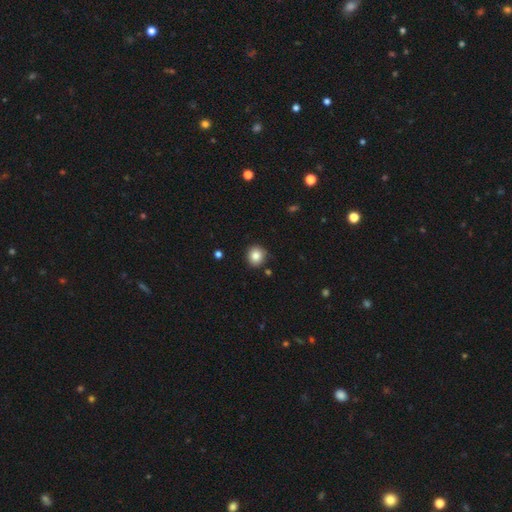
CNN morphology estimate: Smooth or featured?
  - smooth: 84% *
  - star or artifact: 10%
  - featured or disk: 6%
How rounded?
  - round: 89% *
  - in between: 10%
  - cigar-shaped: 1%
Merging?
  - none: 87% *
  - minor disturbance: 9%
  - merger: 2%
  - major disturbance: 2%